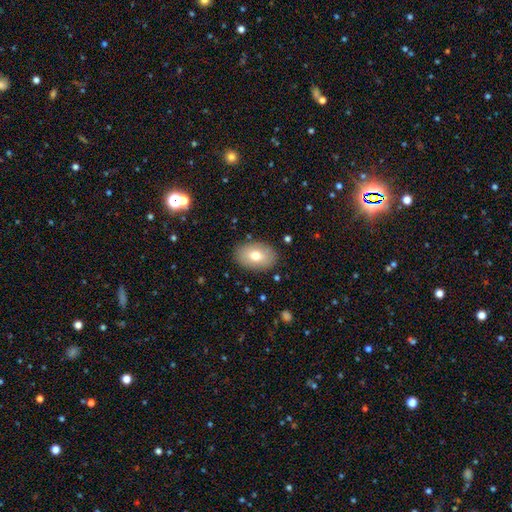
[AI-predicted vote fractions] Overall: smooth (74%). How rounded: in between (86%). Merging: none (87%).